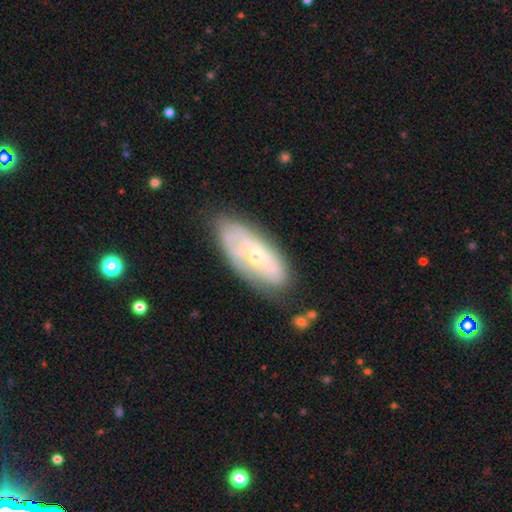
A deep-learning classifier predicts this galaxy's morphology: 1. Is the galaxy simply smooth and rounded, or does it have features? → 61% featured or disk, 32% smooth, 7% star or artifact.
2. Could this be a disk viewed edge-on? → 86% no, 14% yes.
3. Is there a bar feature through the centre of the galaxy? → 80% no, 15% weak, 4% strong.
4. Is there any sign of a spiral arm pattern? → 50% yes (tied), 50% no (tied).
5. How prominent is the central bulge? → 58% small, 38% moderate, 2% large, 1% none, 1% dominant.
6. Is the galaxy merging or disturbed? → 65% none, 23% minor disturbance, 8% major disturbance, 3% merger.